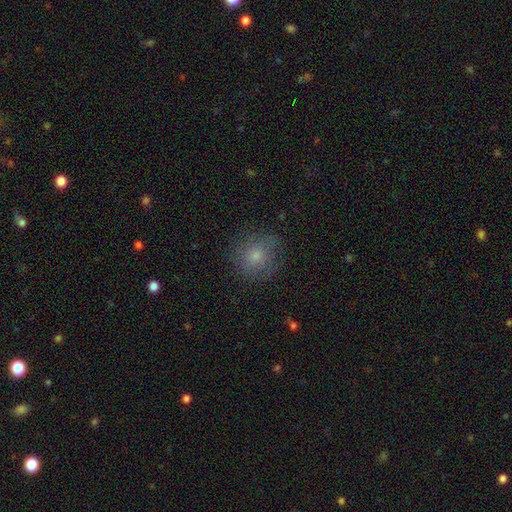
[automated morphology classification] type=smooth (75%); roundness=round (87%); merging=none (79%).